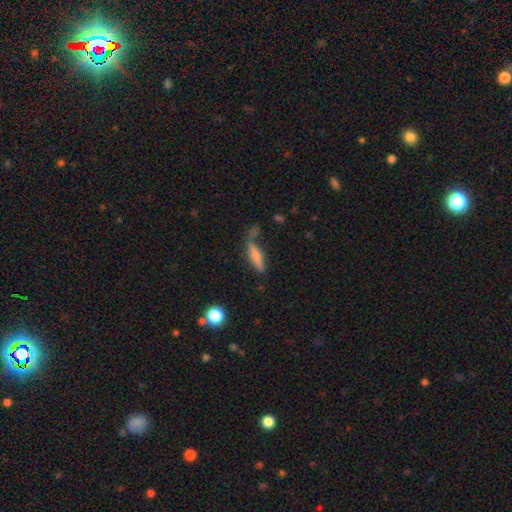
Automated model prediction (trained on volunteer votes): Q: Smooth or featured?
A: smooth (74%); runner-up: featured or disk (18%)
Q: How rounded?
A: cigar-shaped (73%); runner-up: in between (25%)
Q: Merging?
A: none (57%); runner-up: minor disturbance (23%)